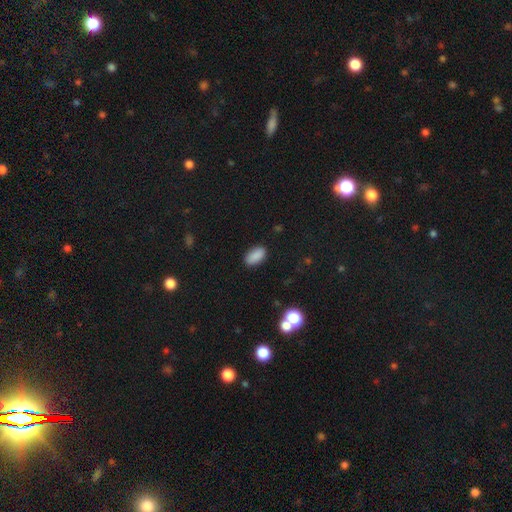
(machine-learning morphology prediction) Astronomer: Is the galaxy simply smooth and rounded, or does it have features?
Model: smooth — 88%.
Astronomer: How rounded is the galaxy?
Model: in between — 93%.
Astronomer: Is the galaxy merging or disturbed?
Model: none — 87%.